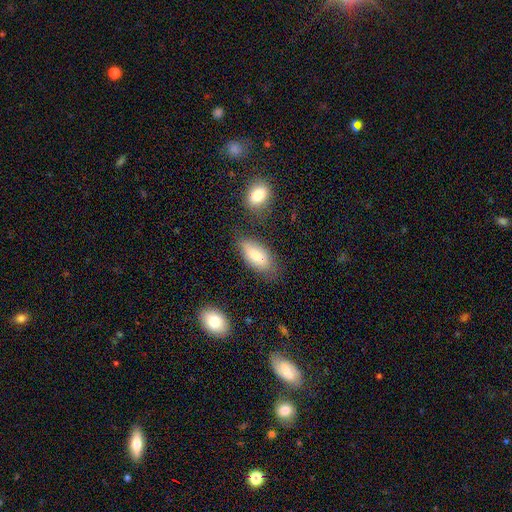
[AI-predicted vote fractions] The model was most divided on "merging": none: 67%, minor disturbance: 21%, merger: 6%, major disturbance: 6%. More confident: how rounded — in between (86%); smooth or featured — smooth (78%).